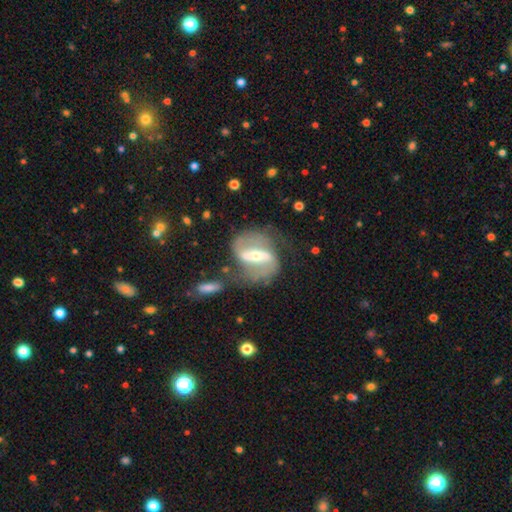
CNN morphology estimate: Smooth or featured?
  - featured or disk: 86% *
  - smooth: 8%
  - star or artifact: 5%
Edge-on disk?
  - no: 95% *
  - yes: 5%
Bar?
  - strong: 68% *
  - weak: 23%
  - no: 9%
Spiral arms?
  - yes: 91% *
  - no: 9%
Spiral winding?
  - medium: 47% *
  - loose: 37%
  - tight: 16%
Spiral arm count?
  - 2: 90% *
  - can't tell: 4%
  - 1: 2%
  - 3: 1%
  - 4: 1%
  - more than 4: 1%
Bulge size?
  - small: 49% *
  - moderate: 45%
  - large: 3%
  - none: 1%
  - dominant: 1%
Merging?
  - none: 65% *
  - minor disturbance: 16%
  - major disturbance: 11%
  - merger: 8%